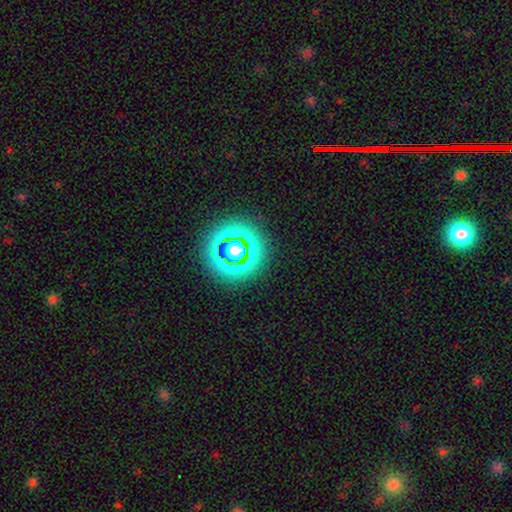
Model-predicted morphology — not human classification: Smooth or featured? star or artifact (68%)